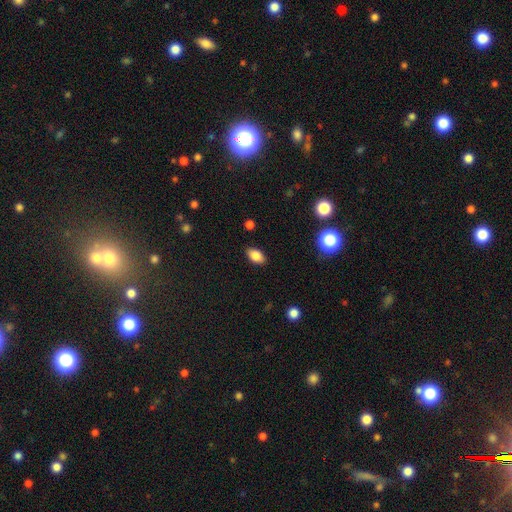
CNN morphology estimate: Smooth or featured? smooth (84%)
How rounded? in between (90%)
Merging? none (87%)